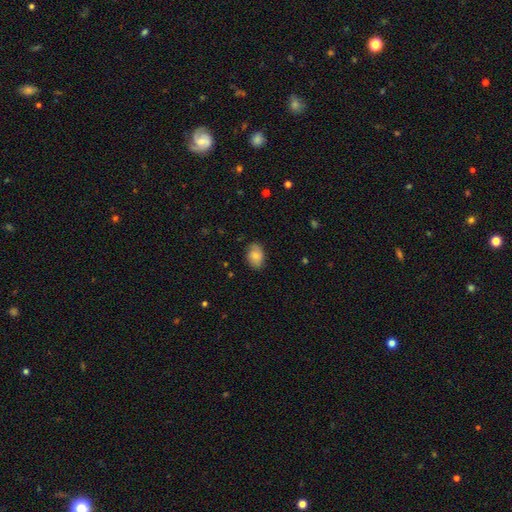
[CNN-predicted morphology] Overall: smooth (72%). How rounded: in between (78%). Merging: none (77%).